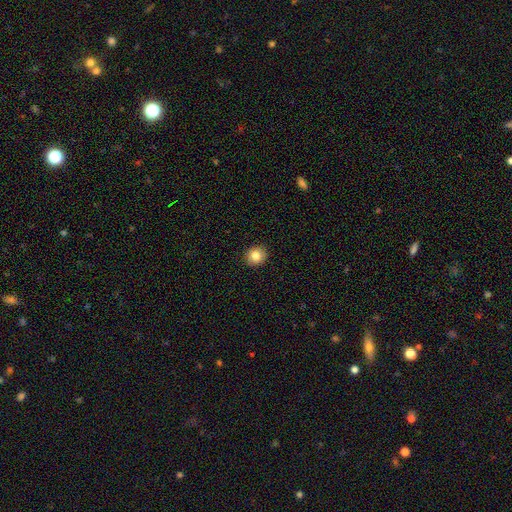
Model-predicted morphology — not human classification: A smooth galaxy with no disk features (83%) that is round (82%). Merging: none (92%).